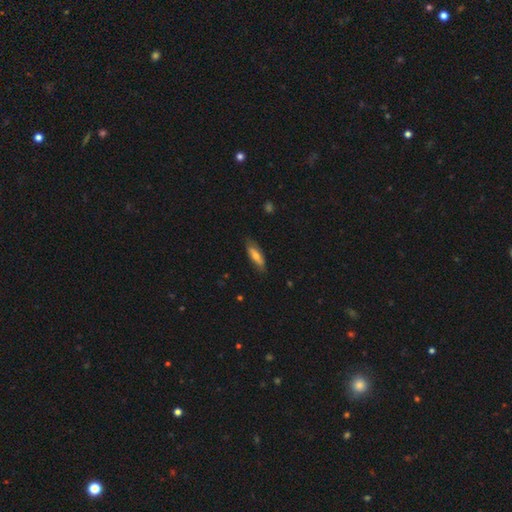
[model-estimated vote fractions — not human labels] smooth-or-featured: smooth: 58% | featured or disk: 35% | star or artifact: 7%
  how-rounded: cigar-shaped: 51% | in between: 47% | round: 2%
  merging: none: 79% | minor disturbance: 16% | major disturbance: 3% | merger: 1%